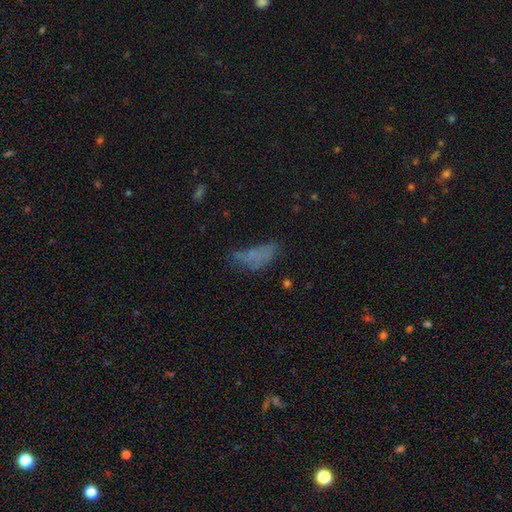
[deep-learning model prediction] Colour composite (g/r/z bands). It shows a smooth galaxy with no disk features (58%) that is in between round and cigar-shaped (77%). Merging: none (36%).